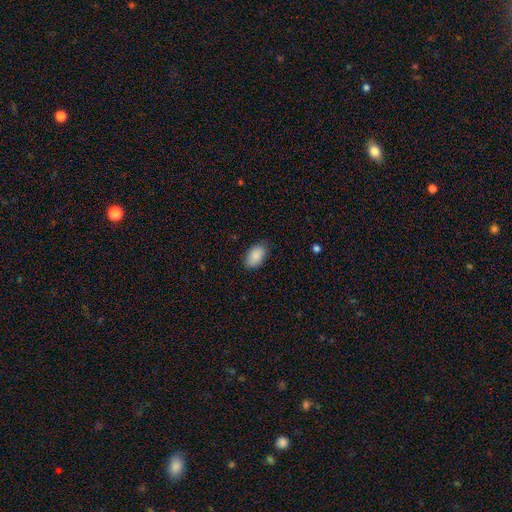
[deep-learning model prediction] This appears to be a smooth galaxy with no disk features (89%) that is in between round and cigar-shaped (93%). Merging: none (82%).